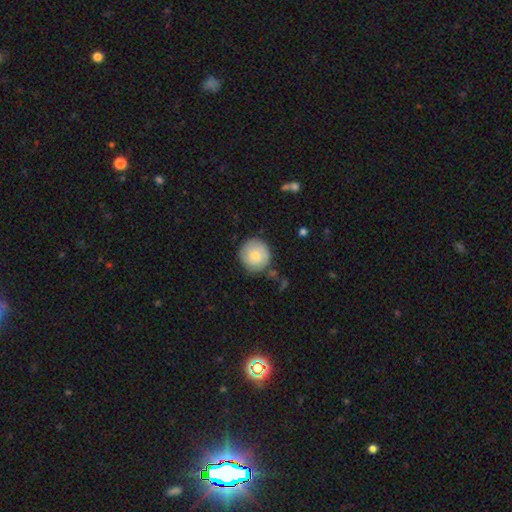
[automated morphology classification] Smooth or featured? smooth (74%)
How rounded? round (94%)
Merging? none (79%)